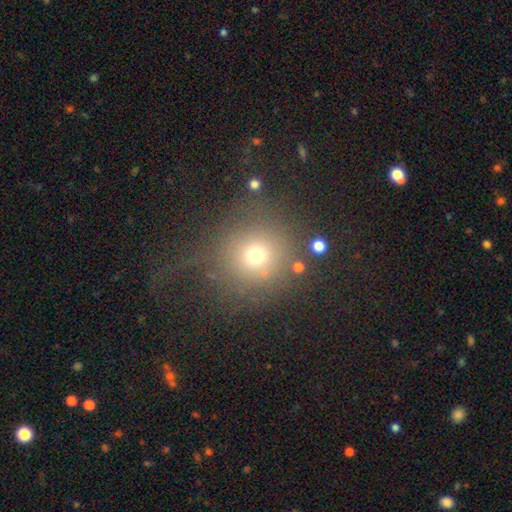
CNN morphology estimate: Overall: smooth (67%). How rounded: round (92%). Merging: none (69%).